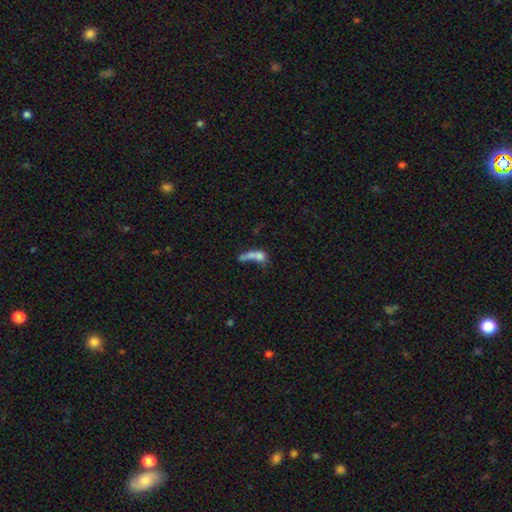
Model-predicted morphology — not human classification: Smooth or featured? Predicted: smooth (p=0.59). How rounded? Predicted: in between (p=0.44). Merging? Predicted: merger (p=0.50).